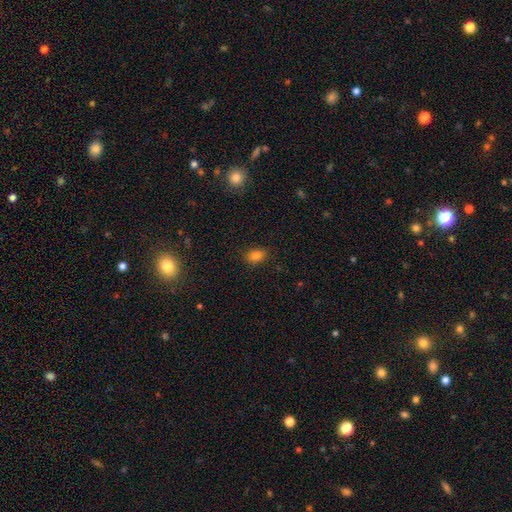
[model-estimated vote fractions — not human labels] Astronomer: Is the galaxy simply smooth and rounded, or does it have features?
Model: smooth — 82%.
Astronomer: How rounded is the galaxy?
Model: in between — 79%.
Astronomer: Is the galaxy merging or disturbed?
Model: none — 86%.